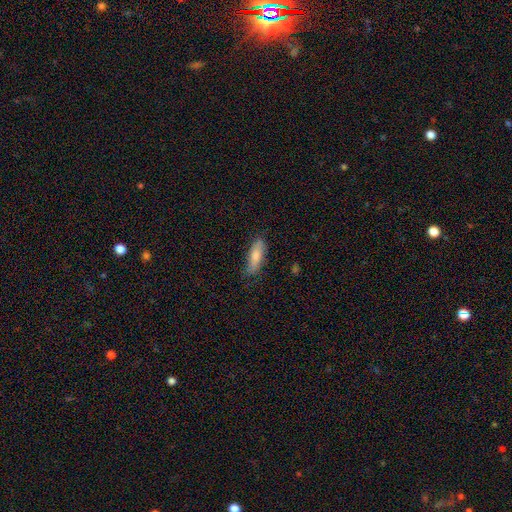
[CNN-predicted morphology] Smooth or featured? Predicted: smooth (p=0.77). How rounded? Predicted: in between (p=0.57). Merging? Predicted: none (p=0.76).